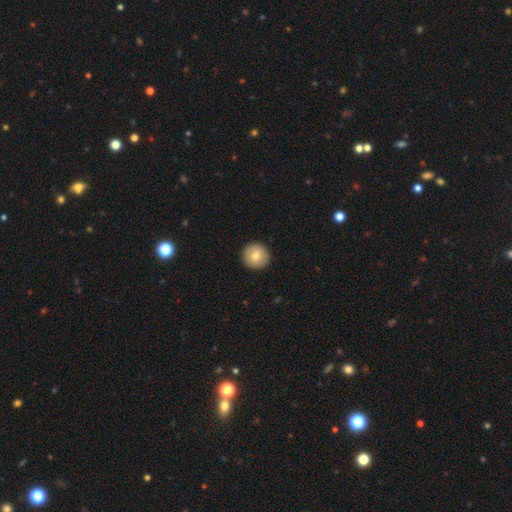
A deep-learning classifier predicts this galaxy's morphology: Smooth or featured? smooth (80%)
How rounded? round (95%)
Merging? none (93%)